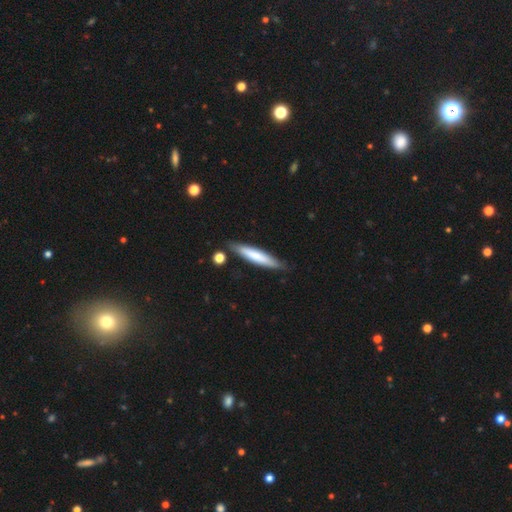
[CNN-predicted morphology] smooth_or_featured: smooth (p=0.69) [alt: featured or disk p=0.26]
how_rounded: cigar-shaped (p=0.89) [alt: in between p=0.10]
merging: none (p=0.82) [alt: minor disturbance p=0.12]